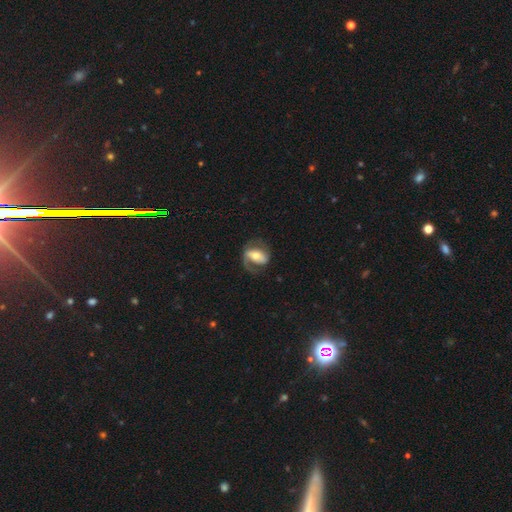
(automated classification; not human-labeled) Smooth or featured? Predicted: featured or disk (p=0.69). Edge-on disk? Predicted: no (p=0.95). Bar? Predicted: strong (p=0.48). Spiral arms? Predicted: yes (p=0.82). Spiral winding? Predicted: medium (p=0.45). Spiral arm count? Predicted: 2 (p=0.66). Bulge size? Predicted: moderate (p=0.58). Merging? Predicted: none (p=0.59).